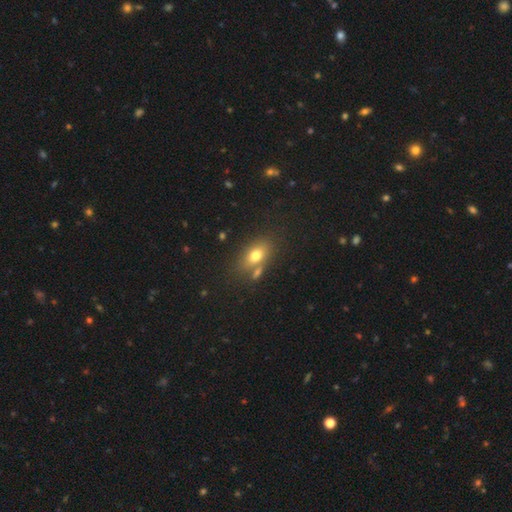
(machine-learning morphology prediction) smooth_or_featured: smooth (p=0.73) [alt: featured or disk p=0.16]
how_rounded: in between (p=0.80) [alt: round p=0.14]
merging: none (p=0.63) [alt: merger p=0.19]